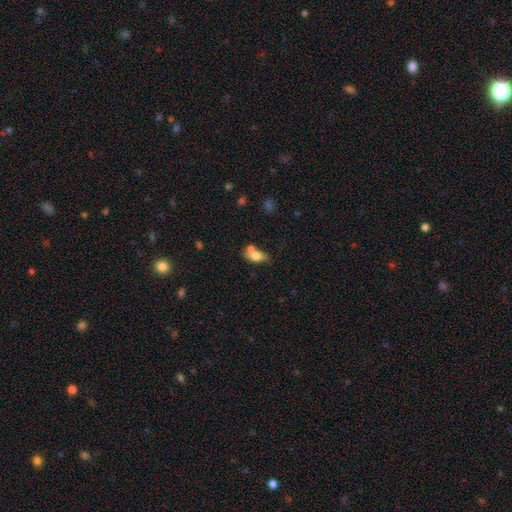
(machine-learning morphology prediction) smooth 72%, featured or disk 20%, star or artifact 9%. Down the decision tree: how rounded — in between (81%); merging — none (43%).